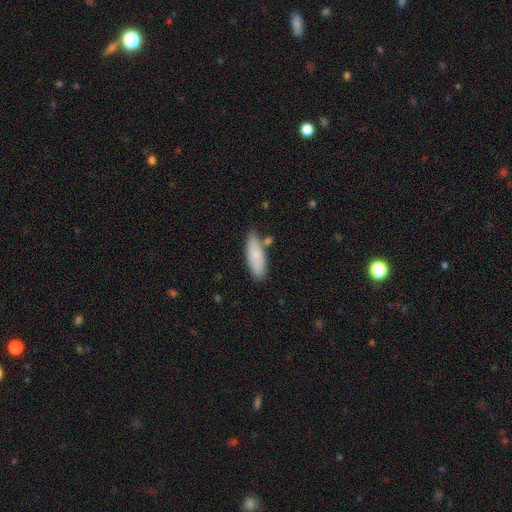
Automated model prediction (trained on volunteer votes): This appears to be a smooth galaxy with no disk features (81%) that is in between round and cigar-shaped (59%). Merging: none (75%).